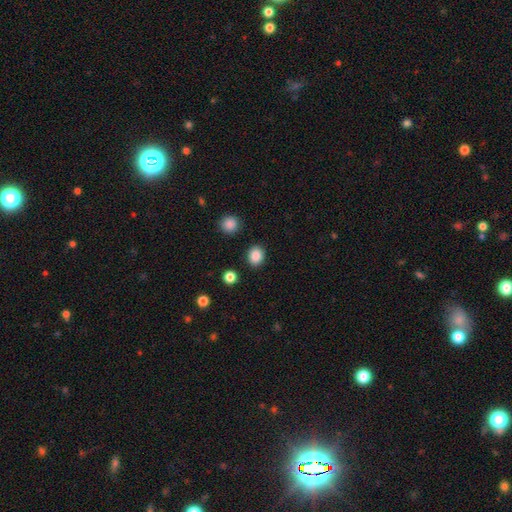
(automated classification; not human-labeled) Morphology: type=smooth (86%); roundness=round (61%); merging=none (87%).